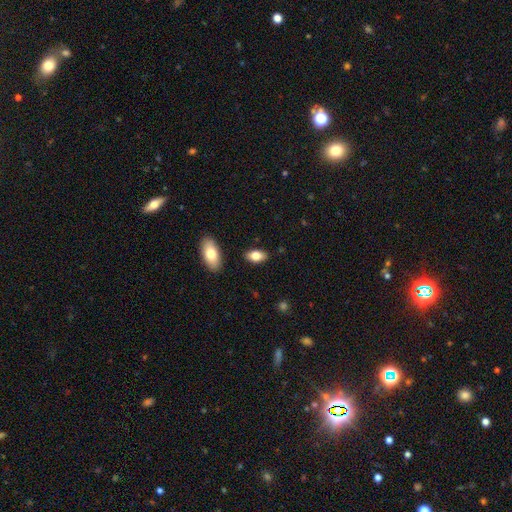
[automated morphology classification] This is likely a smooth galaxy (79%). How rounded: clearly in between (91%). Merging: clearly none (86%).